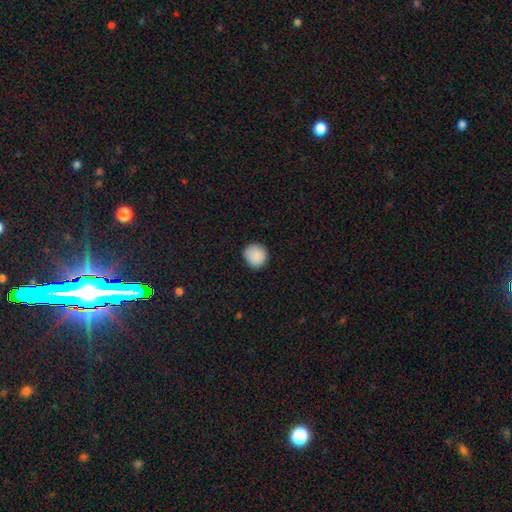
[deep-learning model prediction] Morphology: type=smooth (89%); roundness=round (94%); merging=none (89%).